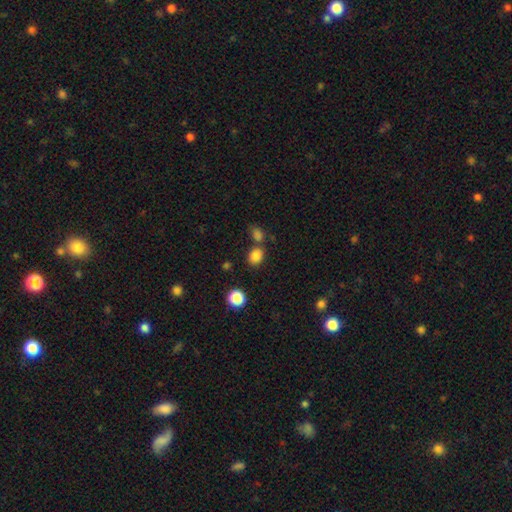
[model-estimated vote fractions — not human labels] A smooth galaxy with no disk features (83%) that is round (51%).

Vote fractions:
- Smooth or featured? smooth: 83% / star or artifact: 12% / featured or disk: 5%
- How rounded? round: 51% / in between: 48% / cigar-shaped: 1%
- Merging? none: 66% / merger: 19% / minor disturbance: 11% / major disturbance: 4%